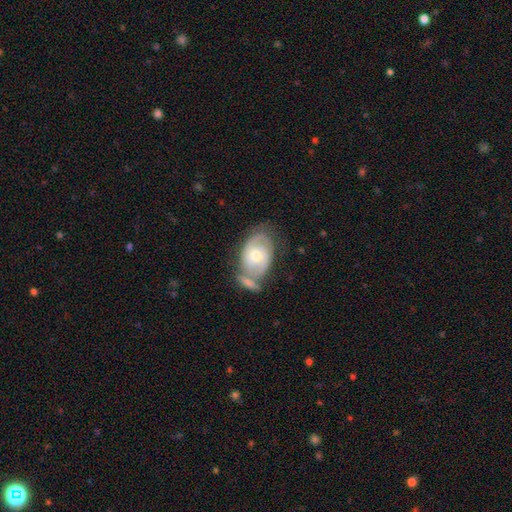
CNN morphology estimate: smooth-or-featured: featured or disk: 73% | smooth: 21% | star or artifact: 6%
  disk-edge-on: no: 96% | yes: 4%
    bar: no: 67% | weak: 28% | strong: 5%
    has-spiral-arms: yes: 87% | no: 13%
      spiral-winding: tight: 48% | medium: 39% | loose: 13%
      spiral-arm-count: 2: 72% | can't tell: 16% | 1: 6% | 3: 4% | 4: 1% | more than 4: 1%
    bulge-size: moderate: 62% | small: 32% | large: 4% | none: 1% | dominant: 1%
  merging: none: 43% | merger: 27% | minor disturbance: 20% | major disturbance: 10%